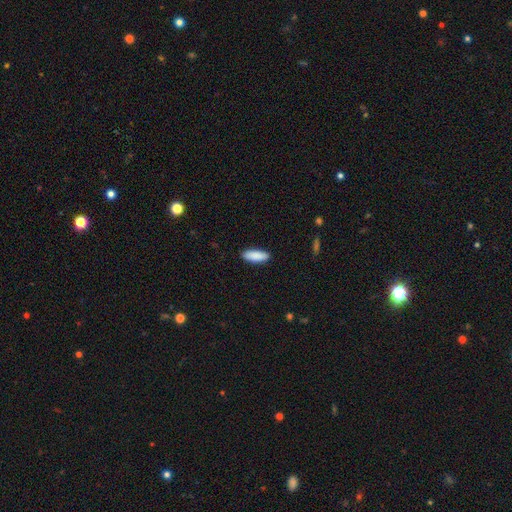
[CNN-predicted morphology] type=smooth (90%); roundness=in between (63%); merging=none (89%).